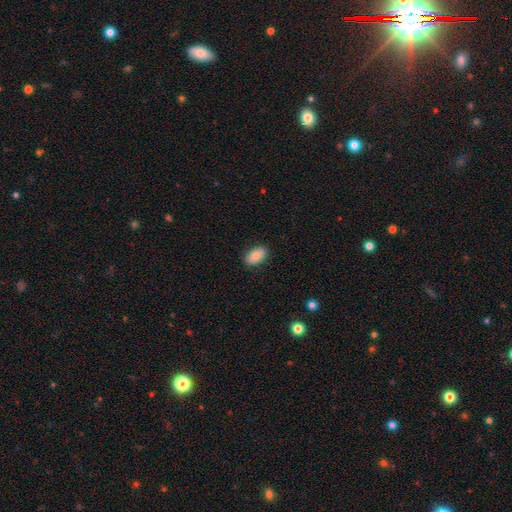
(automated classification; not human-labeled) Smooth or featured? Predicted: smooth (p=0.82). How rounded? Predicted: in between (p=0.91). Merging? Predicted: none (p=0.88).